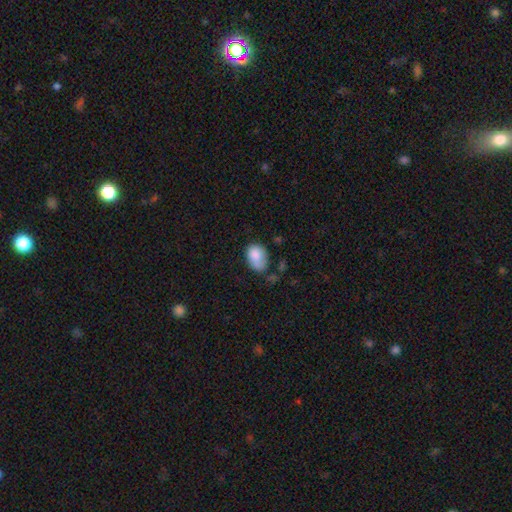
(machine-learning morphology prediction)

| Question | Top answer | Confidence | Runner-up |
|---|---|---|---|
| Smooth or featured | smooth | 82% | featured or disk (10%) |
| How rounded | in between | 77% | round (21%) |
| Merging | none | 42% | minor disturbance (35%) |